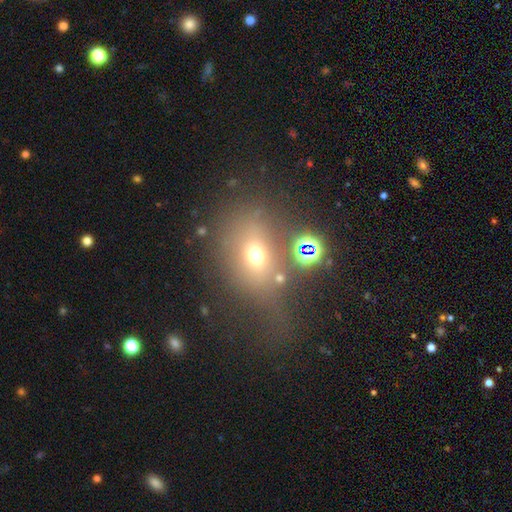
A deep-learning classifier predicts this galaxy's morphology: Overall: smooth (60%; star or artifact 20%). How rounded: in between (64%; round 34%). Merging: none (47%; minor disturbance 21%).